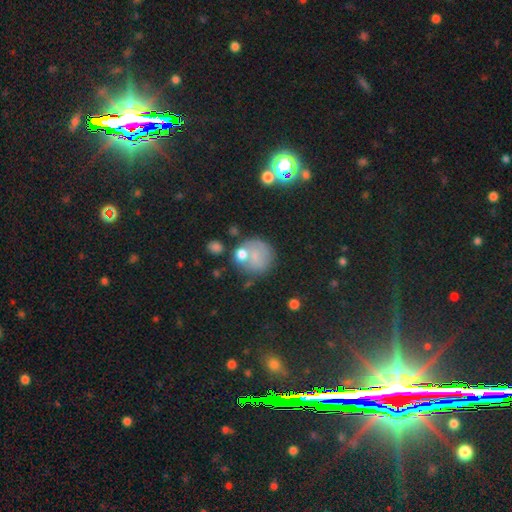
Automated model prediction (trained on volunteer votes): Overall: smooth (62%). How rounded: round (88%). Merging: none (56%; minor disturbance 18%).